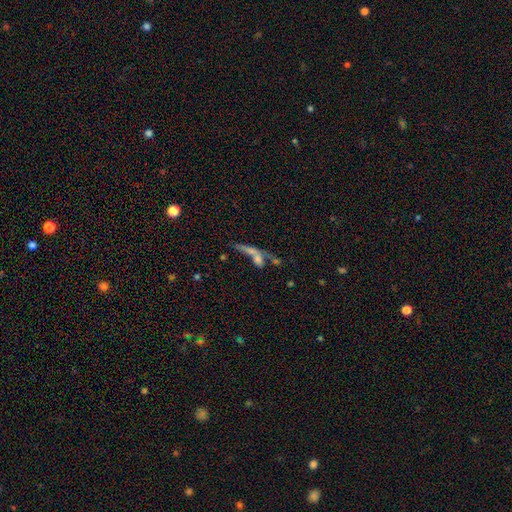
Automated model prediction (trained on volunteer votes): Overall: smooth (50%; featured or disk 34%). Merging: merger (48%; none 25%).